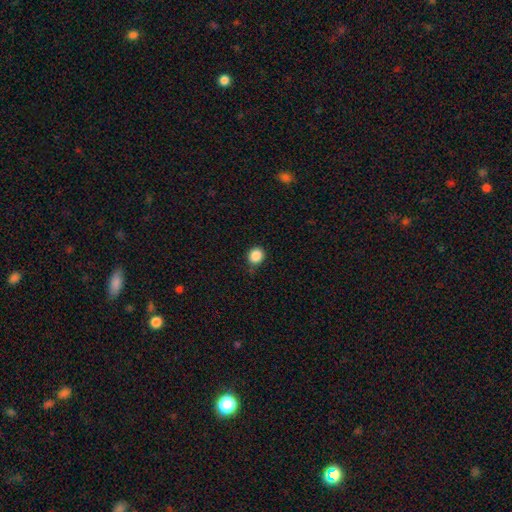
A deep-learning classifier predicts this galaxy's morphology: Smooth or featured? Predicted: smooth (p=0.87). How rounded? Predicted: round (p=0.83). Merging? Predicted: none (p=0.82).